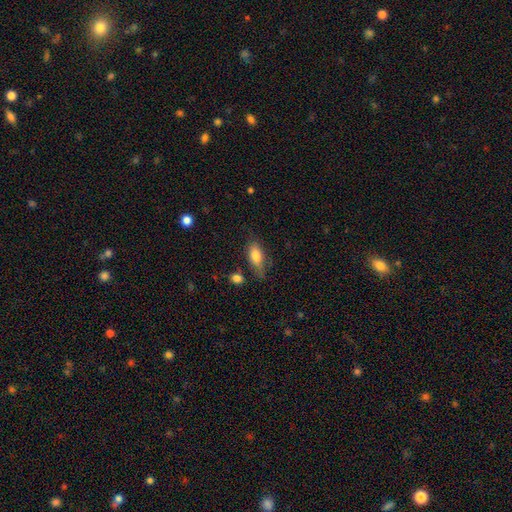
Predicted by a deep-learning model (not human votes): smooth-or-featured: smooth: 79% | featured or disk: 14% | star or artifact: 7%
  how-rounded: in between: 82% | cigar-shaped: 14% | round: 4%
  merging: none: 60% | minor disturbance: 27% | major disturbance: 9% | merger: 5%